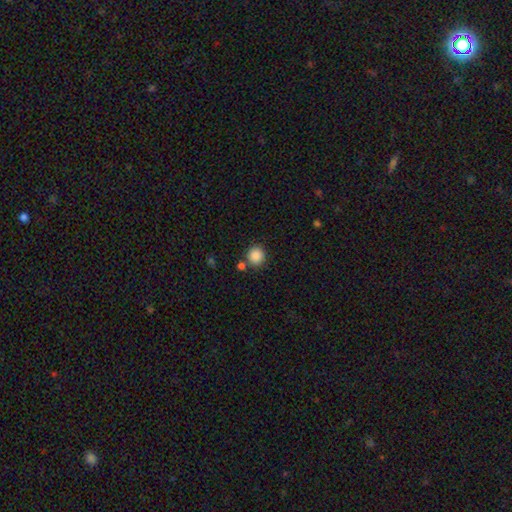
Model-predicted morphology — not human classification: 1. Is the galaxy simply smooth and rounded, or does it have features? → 87% smooth, 9% star or artifact, 3% featured or disk.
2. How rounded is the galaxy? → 90% round, 9% in between, 1% cigar-shaped.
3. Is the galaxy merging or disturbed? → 78% none, 11% merger, 9% minor disturbance, 3% major disturbance.